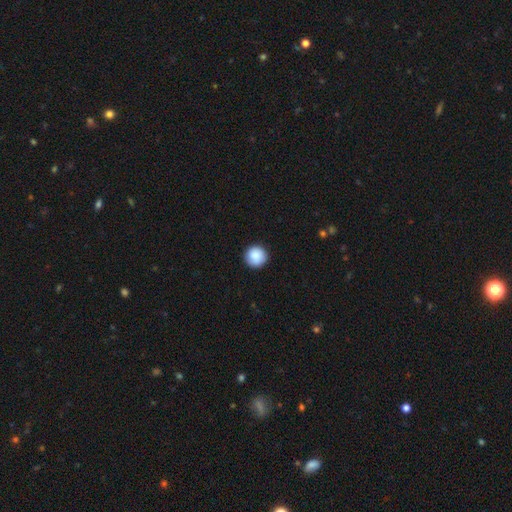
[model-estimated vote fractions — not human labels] This appears to be a smooth galaxy with no disk features (89%) that is round (96%). Merging: none (91%).